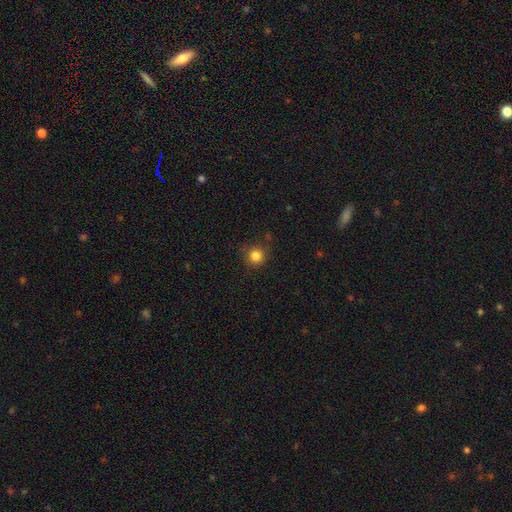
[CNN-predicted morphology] A smooth galaxy with no disk features (83%) that is round (93%). Merging: none (84%).